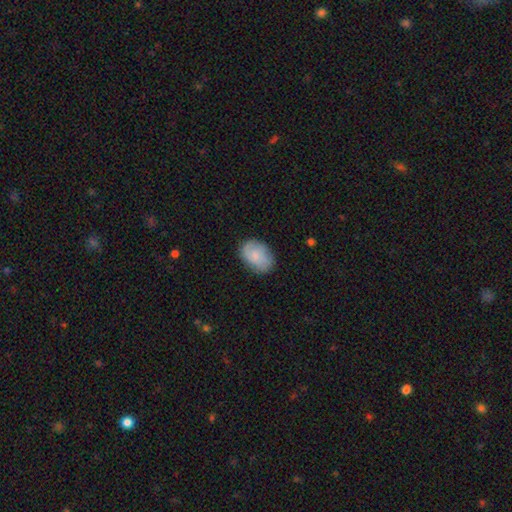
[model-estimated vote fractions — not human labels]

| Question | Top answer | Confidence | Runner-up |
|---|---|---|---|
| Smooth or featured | smooth | 77% | featured or disk (16%) |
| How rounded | in between | 84% | round (15%) |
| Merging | none | 78% | minor disturbance (17%) |